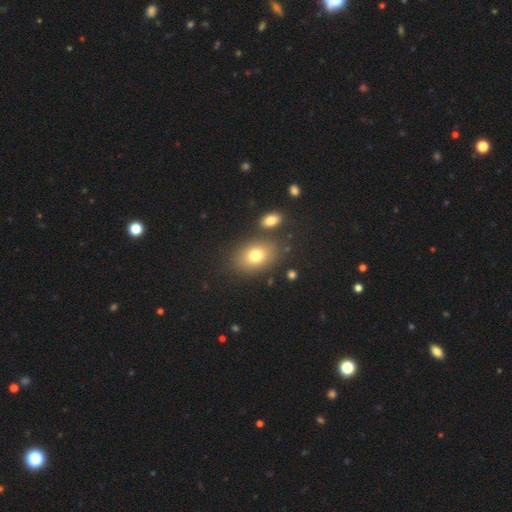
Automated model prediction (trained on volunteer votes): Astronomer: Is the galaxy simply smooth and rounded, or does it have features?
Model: smooth — 77%.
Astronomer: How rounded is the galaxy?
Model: in between — 76%.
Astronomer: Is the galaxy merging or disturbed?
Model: none — 78%.